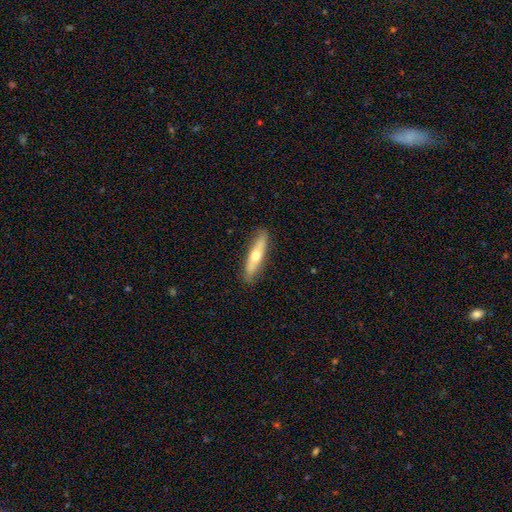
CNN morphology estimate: smooth 54%, featured or disk 40%, star or artifact 6%. Down the decision tree: how rounded — cigar-shaped (79%); merging — none (87%).